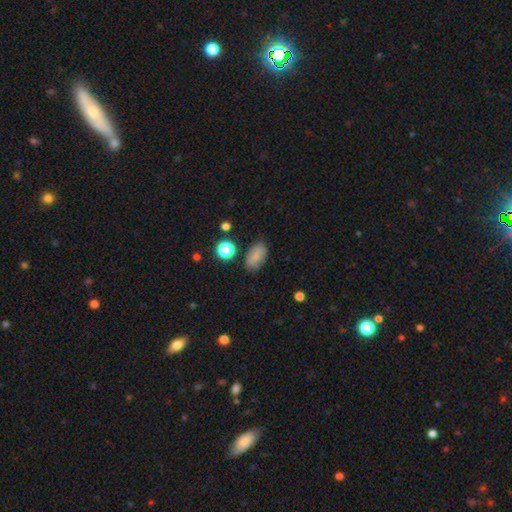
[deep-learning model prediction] Overall: smooth (81%). How rounded: in between (90%). Merging: none (77%).